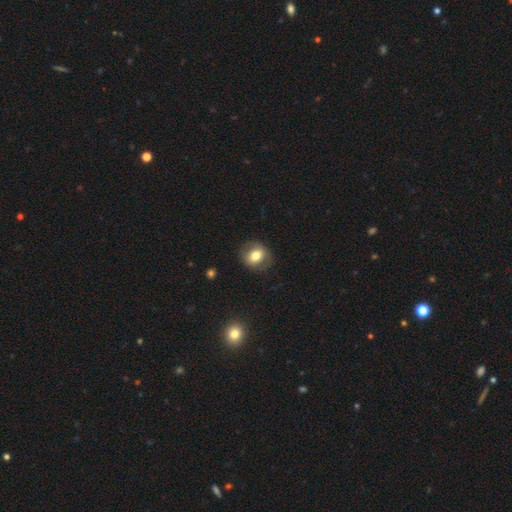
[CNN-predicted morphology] Smooth or featured?
  - smooth: 66% *
  - featured or disk: 25%
  - star or artifact: 8%
How rounded?
  - round: 63% *
  - in between: 36%
  - cigar-shaped: 1%
Merging?
  - none: 80% *
  - minor disturbance: 13%
  - major disturbance: 6%
  - merger: 1%